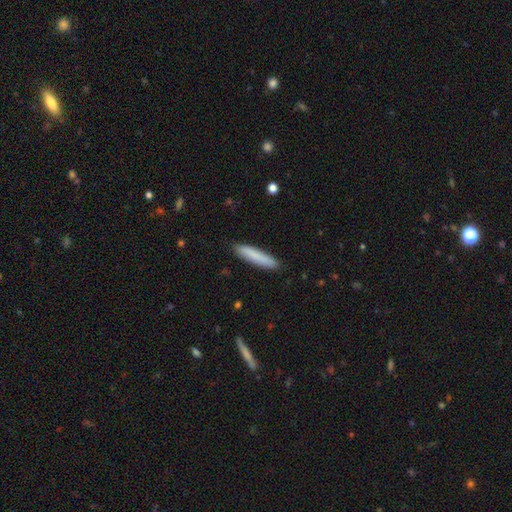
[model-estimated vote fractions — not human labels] smooth-or-featured: smooth: 84% | featured or disk: 10% | star or artifact: 6%
  how-rounded: cigar-shaped: 89% | in between: 10% | round: 1%
  merging: none: 90% | minor disturbance: 8% | major disturbance: 2% | merger: 1%